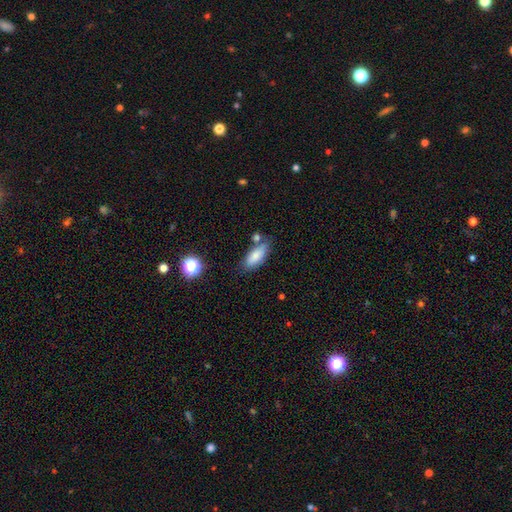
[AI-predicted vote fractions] A smooth galaxy with no disk features (81%) that is in between round and cigar-shaped (77%).

Vote fractions:
- Smooth or featured? smooth: 81% / featured or disk: 11% / star or artifact: 8%
- How rounded? in between: 77% / cigar-shaped: 20% / round: 3%
- Merging? none: 67% / minor disturbance: 17% / merger: 12% / major disturbance: 4%